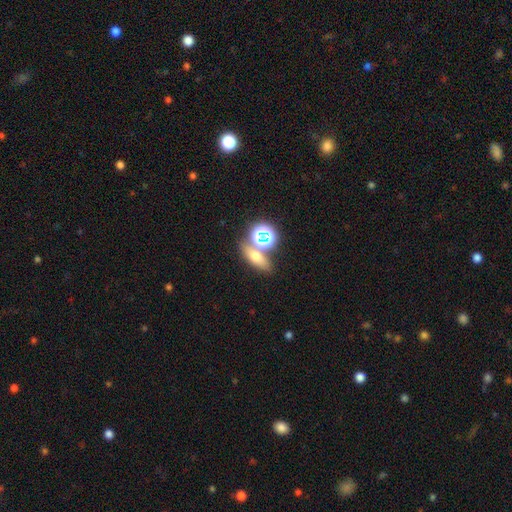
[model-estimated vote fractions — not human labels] Morphology: type=smooth (54%); roundness=in between (54%); merging=none (61%).